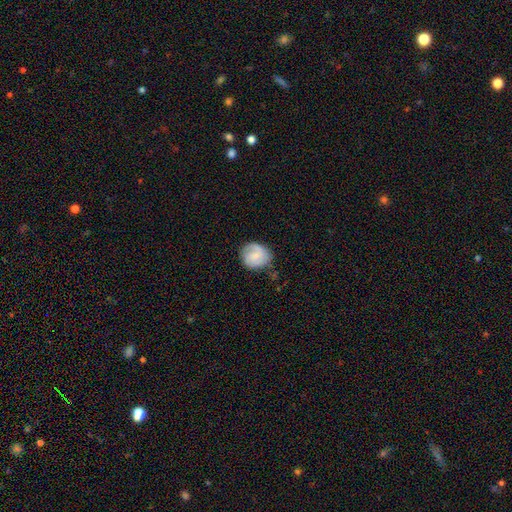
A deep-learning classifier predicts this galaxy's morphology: A smooth galaxy with no disk features (51%) that is round (76%).

Vote fractions:
- Smooth or featured? smooth: 51% / featured or disk: 42% / star or artifact: 7%
- How rounded? round: 76% / in between: 23% / cigar-shaped: 1%
- Merging? none: 68% / minor disturbance: 23% / major disturbance: 6% / merger: 2%